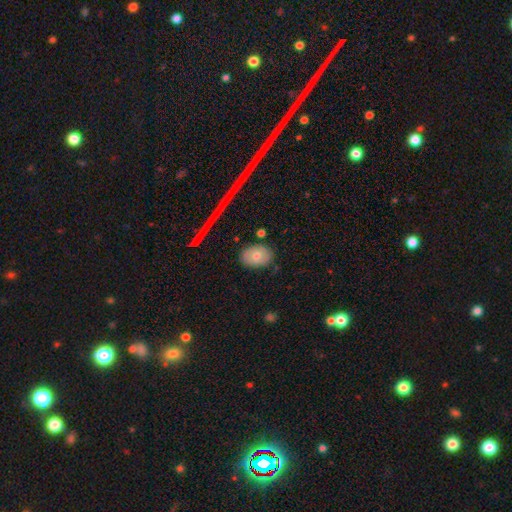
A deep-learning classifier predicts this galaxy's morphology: smooth 70%, featured or disk 21%, star or artifact 9%. Down the decision tree: how rounded — in between (79%); merging — none (81%).